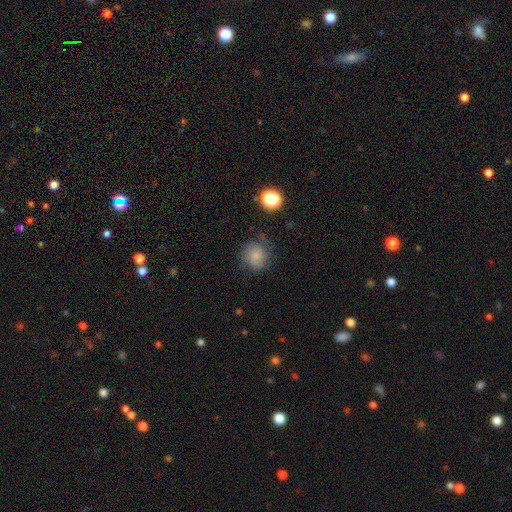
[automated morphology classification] Smooth or featured: smooth — 70% (featured or disk — 17%)
How rounded: round — 85% (in between — 14%)
Merging: none — 64% (minor disturbance — 23%)